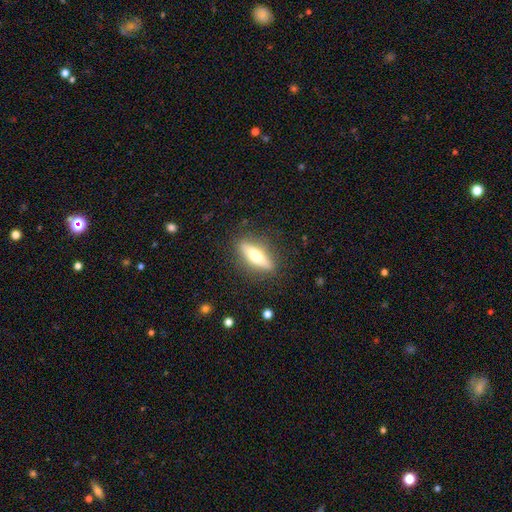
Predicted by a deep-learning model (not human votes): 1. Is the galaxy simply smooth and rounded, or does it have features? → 49% smooth, 45% featured or disk, 6% star or artifact.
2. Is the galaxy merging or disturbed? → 86% none, 10% minor disturbance, 3% major disturbance, 1% merger.